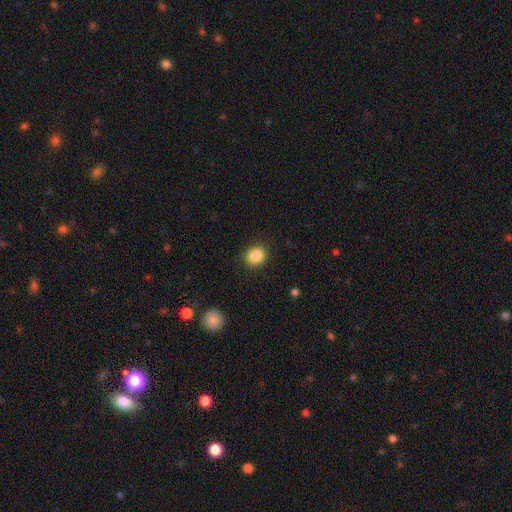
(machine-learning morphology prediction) Smooth or featured? smooth (86%)
How rounded? round (70%)
Merging? none (89%)